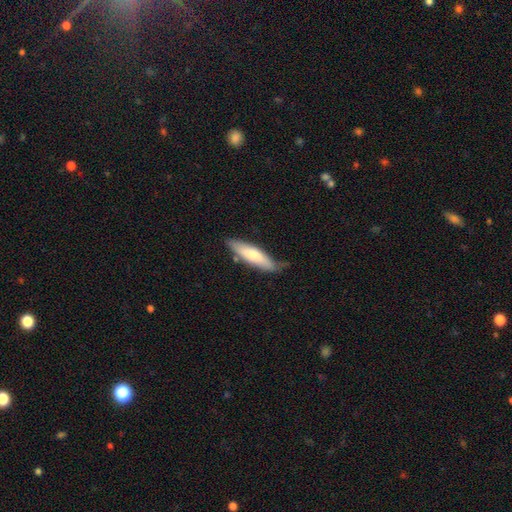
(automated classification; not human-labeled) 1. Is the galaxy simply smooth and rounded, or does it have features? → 67% smooth, 28% featured or disk, 5% star or artifact.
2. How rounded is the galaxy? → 65% cigar-shaped, 34% in between, 2% round.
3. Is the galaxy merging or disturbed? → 64% none, 27% minor disturbance, 6% major disturbance, 4% merger.